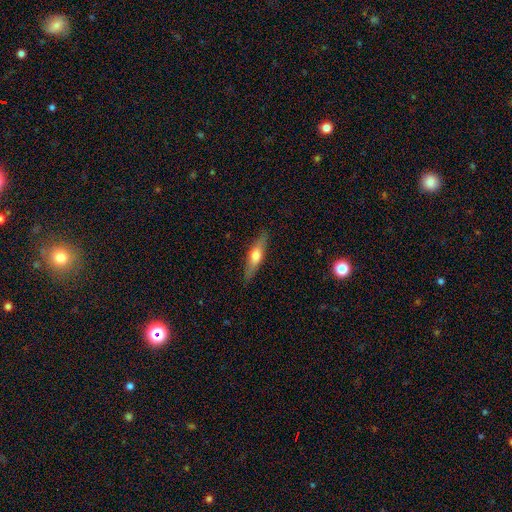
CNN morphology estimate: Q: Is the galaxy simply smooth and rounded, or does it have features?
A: featured or disk — 47%, tied with smooth.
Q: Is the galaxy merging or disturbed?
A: none — 87%.